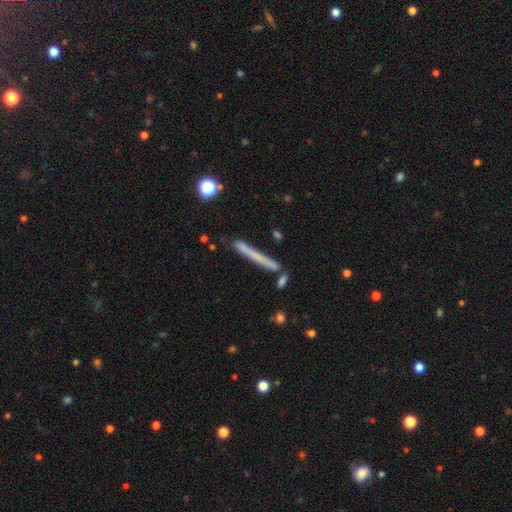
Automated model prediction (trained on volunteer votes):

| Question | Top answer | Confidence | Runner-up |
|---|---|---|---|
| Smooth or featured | smooth | 54% | featured or disk (38%) |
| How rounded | cigar-shaped | 96% | in between (2%) |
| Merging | none | 80% | minor disturbance (12%) |